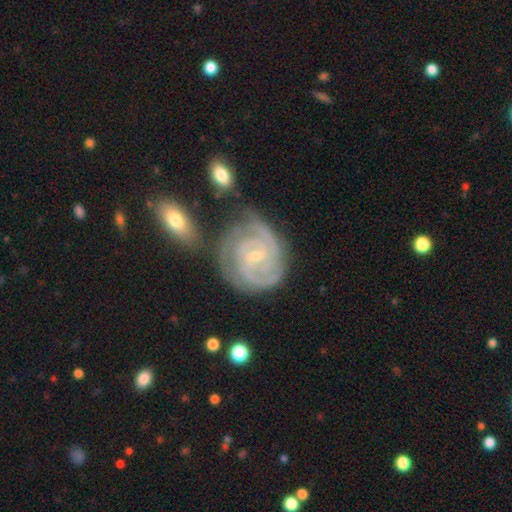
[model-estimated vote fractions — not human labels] smooth-or-featured: featured or disk: 90% | smooth: 5% | star or artifact: 5%
  disk-edge-on: no: 98% | yes: 2%
    bar: no: 43% | weak: 42% | strong: 15%
    has-spiral-arms: yes: 98% | no: 2%
      spiral-winding: tight: 79% | medium: 18% | loose: 3%
      spiral-arm-count: 2: 39% | 3: 30% | can't tell: 13% | 4: 10% | more than 4: 4% | 1: 4%
    bulge-size: small: 77% | moderate: 20% | none: 2% | large: 1% | dominant: 1%
  merging: none: 66% | minor disturbance: 20% | merger: 7% | major disturbance: 7%